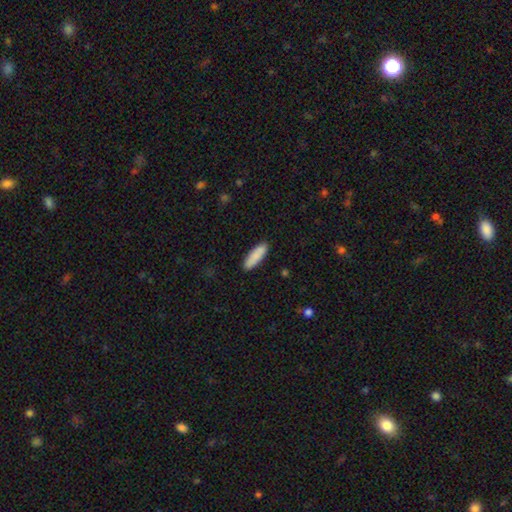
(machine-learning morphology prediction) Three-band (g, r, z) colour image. It shows a smooth galaxy with no disk features (88%) that is cigar-shaped (51%). Merging: none (89%).